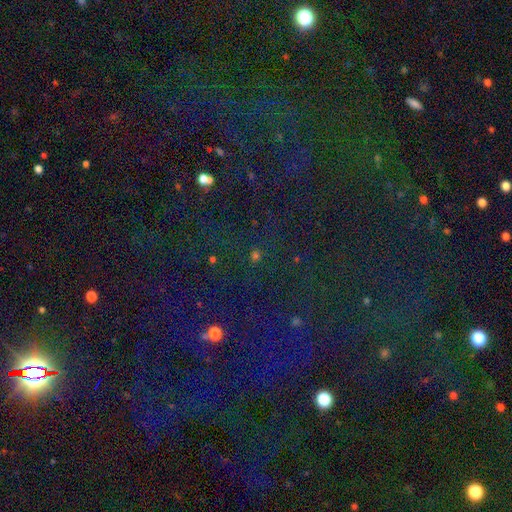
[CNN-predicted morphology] Smooth or featured?
  - star or artifact: 67% *
  - smooth: 26%
  - featured or disk: 7%